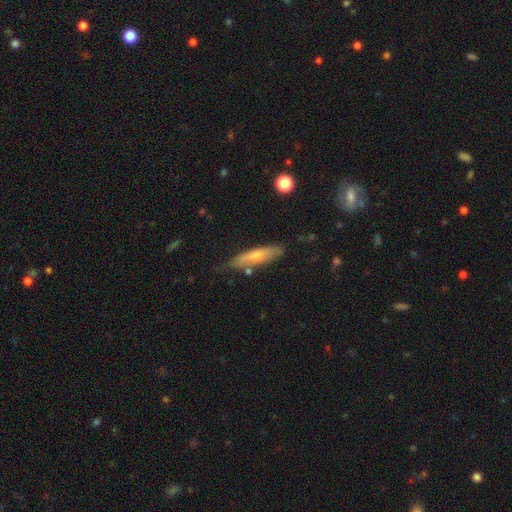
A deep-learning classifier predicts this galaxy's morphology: This is possibly a smooth galaxy (58%). How rounded: likely cigar-shaped (78%). Merging: likely none (74%).